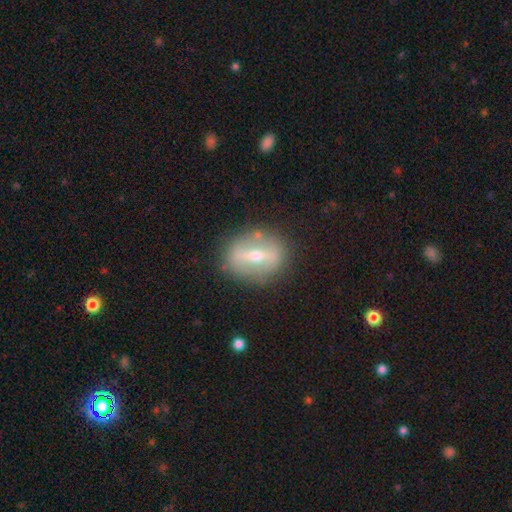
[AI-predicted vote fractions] Smooth or featured? Predicted: featured or disk (p=0.66). Edge-on disk? Predicted: no (p=0.73). Merging? Predicted: none (p=0.84).